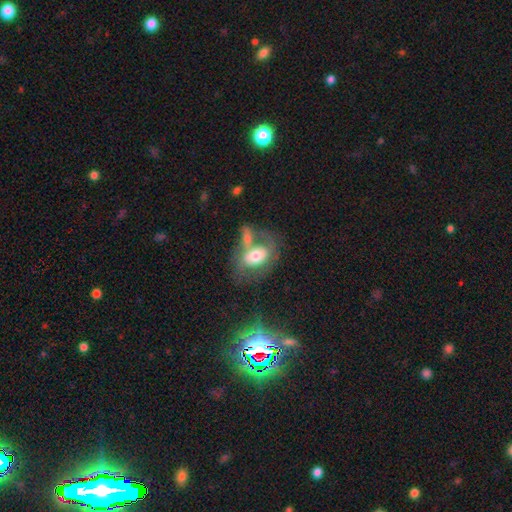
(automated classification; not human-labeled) A smooth galaxy with no disk features (50%) that is in between round and cigar-shaped (76%).

Vote fractions:
- Smooth or featured? smooth: 50% / featured or disk: 41% / star or artifact: 8%
- How rounded? in between: 76% / round: 22% / cigar-shaped: 2%
- Merging? merger: 38% / none: 30% / major disturbance: 16% / minor disturbance: 16%